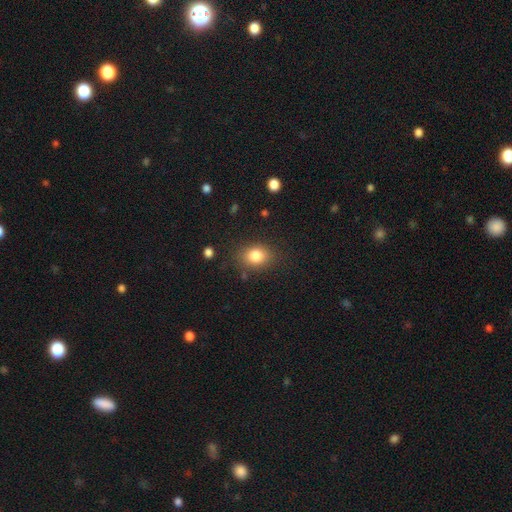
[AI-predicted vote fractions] This is clearly a smooth galaxy (82%). How rounded: possibly in between (55%). Merging: clearly none (81%).